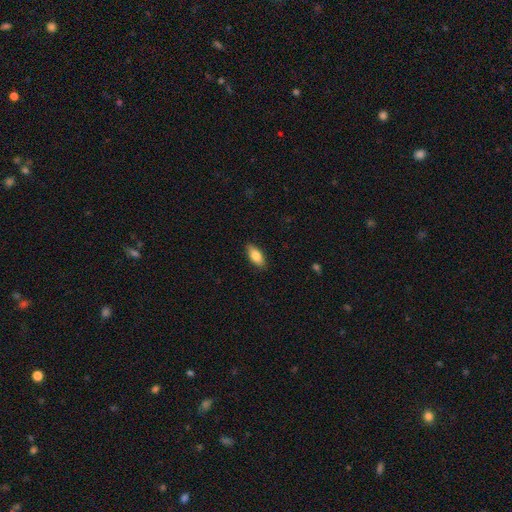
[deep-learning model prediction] This appears to be a smooth galaxy with no disk features (82%) that is in between round and cigar-shaped (84%). Merging: none (88%).